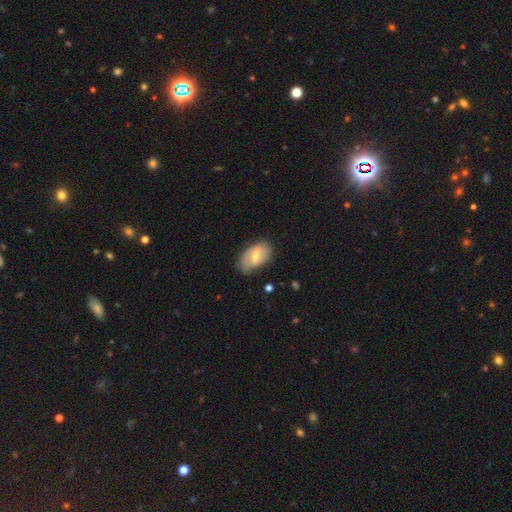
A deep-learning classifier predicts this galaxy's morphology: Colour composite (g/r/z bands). It shows a smooth galaxy with no disk features (52%) that is in between round and cigar-shaped (91%). Merging: none (63%).